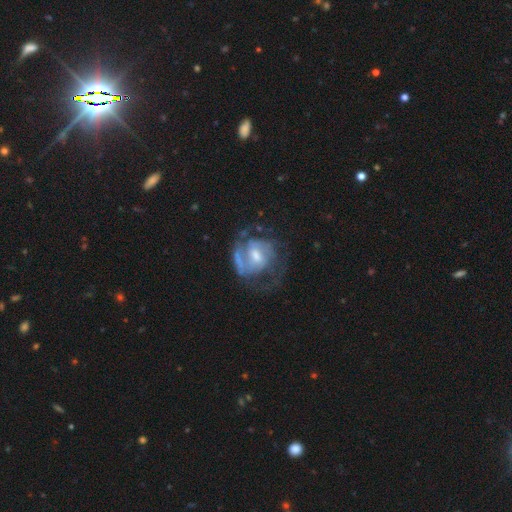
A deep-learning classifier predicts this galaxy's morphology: A featured or disk galaxy (83%) with a weak bar (52%), 2 (56%) medium (46%) spiral arms (91%) and a moderate central bulge (55%).

Vote fractions:
- Smooth or featured? featured or disk: 83% / smooth: 11% / star or artifact: 6%
- Edge-on disk? no: 98% / yes: 2%
- Bar? weak: 52% / no: 32% / strong: 16%
- Spiral arms? yes: 91% / no: 9%
- Spiral winding? medium: 46% / tight: 38% / loose: 17%
- Spiral arm count? 2: 56% / can't tell: 18% / 1: 11% / 3: 9% / 4: 2% / more than 4: 2%
- Bulge size? moderate: 55% / small: 31% / large: 8% / none: 5% / dominant: 1%
- Merging? none: 52% / major disturbance: 24% / minor disturbance: 20% / merger: 4%